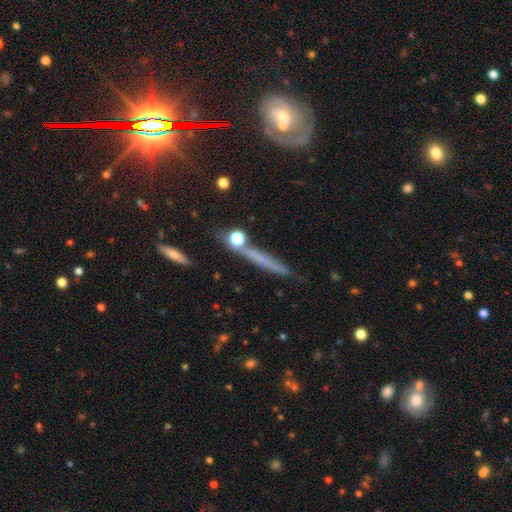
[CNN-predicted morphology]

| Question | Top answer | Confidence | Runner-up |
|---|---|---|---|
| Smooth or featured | featured or disk | 41% | smooth (32%) |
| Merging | none | 73% | minor disturbance (13%) |